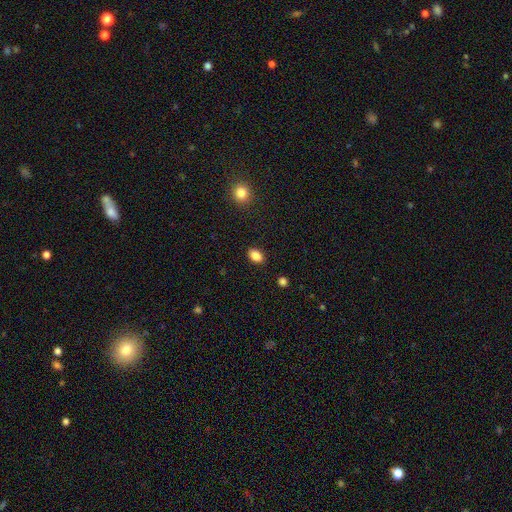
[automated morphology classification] A smooth galaxy with no disk features (87%) that is in between round and cigar-shaped (78%).

Vote fractions:
- Smooth or featured? smooth: 87% / star or artifact: 9% / featured or disk: 4%
- How rounded? in between: 78% / round: 21% / cigar-shaped: 1%
- Merging? none: 87% / minor disturbance: 9% / major disturbance: 2% / merger: 1%